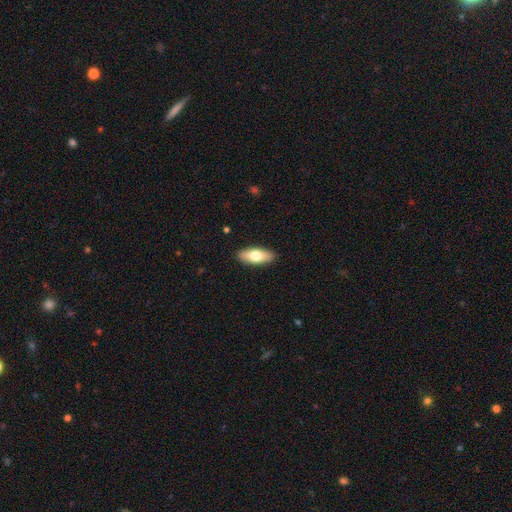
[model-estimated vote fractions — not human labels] smooth_or_featured: smooth (p=0.71) [alt: featured or disk p=0.24]
how_rounded: in between (p=0.78) [alt: cigar-shaped p=0.19]
merging: none (p=0.90) [alt: minor disturbance p=0.08]